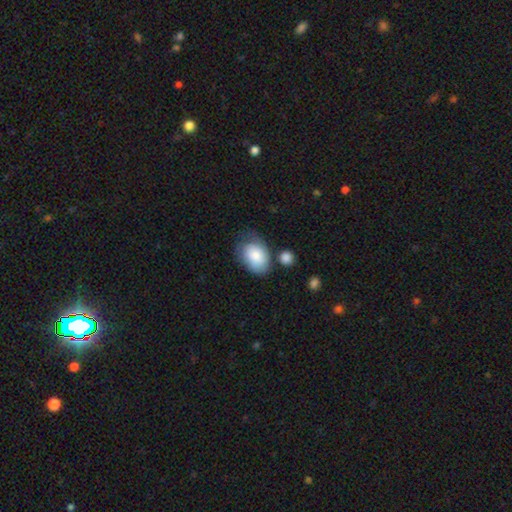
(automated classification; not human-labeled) The model was most divided on "merging": none: 48%, minor disturbance: 30%, major disturbance: 12%, merger: 10%. More confident: smooth or featured — smooth (81%); how rounded — in between (79%).